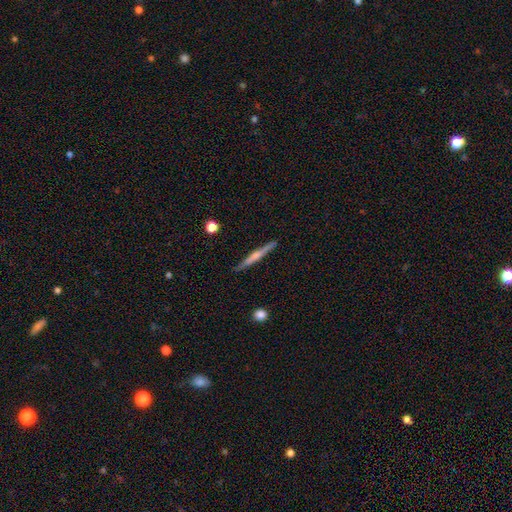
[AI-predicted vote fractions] Overall: featured or disk (56%; smooth 38%). Edge-on disk: yes (97%). Edge-on bulge: rounded (49%; none 35%). Merging: none (89%).